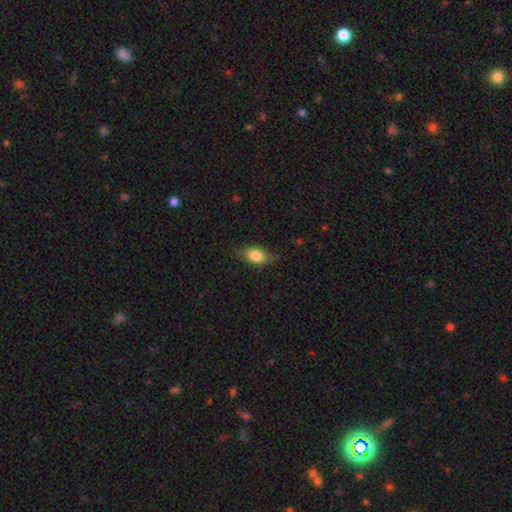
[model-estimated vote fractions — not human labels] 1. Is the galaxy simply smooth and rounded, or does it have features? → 78% smooth, 14% featured or disk, 8% star or artifact.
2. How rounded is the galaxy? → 85% in between, 10% round, 6% cigar-shaped.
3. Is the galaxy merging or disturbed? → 76% none, 19% minor disturbance, 4% major disturbance, 1% merger.